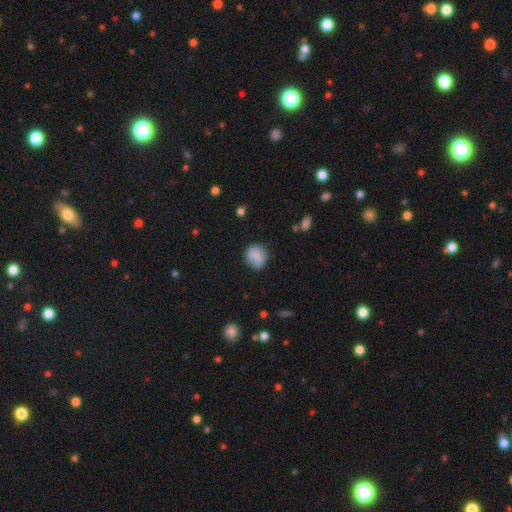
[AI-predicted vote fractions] Smooth or featured?
  - smooth: 82% *
  - featured or disk: 10%
  - star or artifact: 8%
How rounded?
  - round: 75% *
  - in between: 24%
  - cigar-shaped: 1%
Merging?
  - none: 72% *
  - minor disturbance: 21%
  - major disturbance: 5%
  - merger: 2%